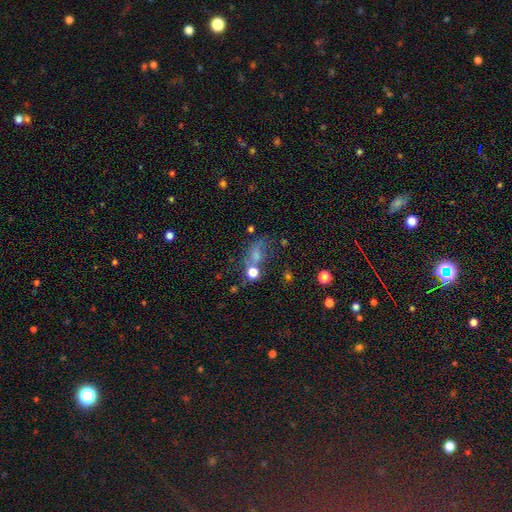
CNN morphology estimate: The model was most divided on "smooth or featured": smooth: 40%, star or artifact: 30%, featured or disk: 30%. Remaining: merging — none (42%).